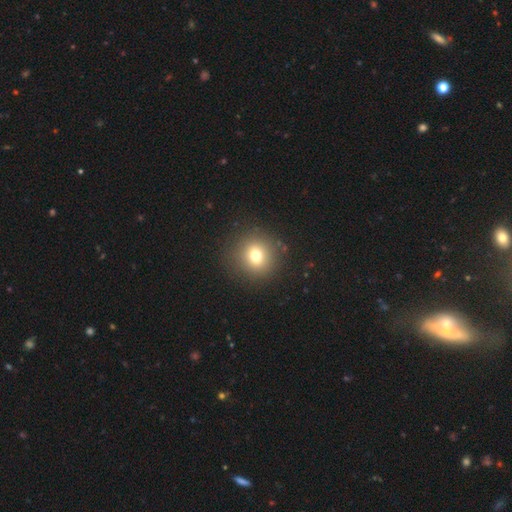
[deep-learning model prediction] This appears to be a smooth galaxy with no disk features (74%) that is round (90%). Merging: none (89%).